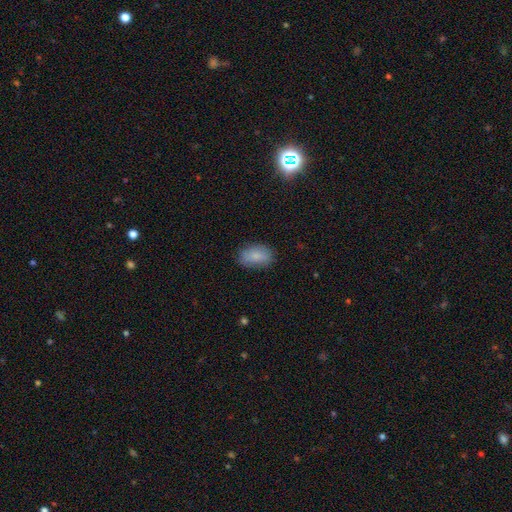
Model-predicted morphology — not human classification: This appears to be a smooth galaxy with no disk features (82%) that is in between round and cigar-shaped (90%). Merging: none (80%).